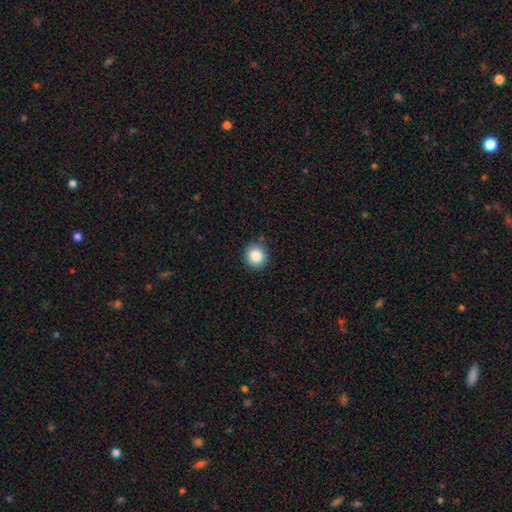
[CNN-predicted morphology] Smooth or featured: smooth — 86% (star or artifact — 10%)
How rounded: round — 90% (in between — 9%)
Merging: none — 87% (minor disturbance — 10%)